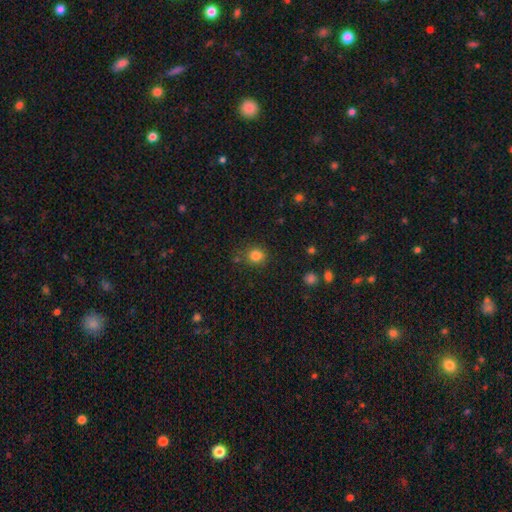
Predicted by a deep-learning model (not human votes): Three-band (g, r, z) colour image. It shows a smooth galaxy with no disk features (82%) that is round (79%). Merging: none (77%).